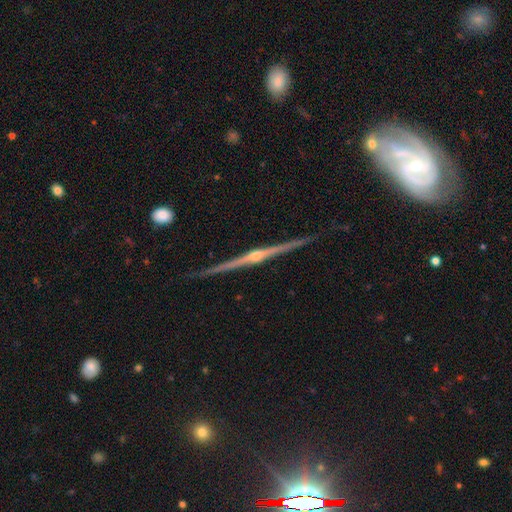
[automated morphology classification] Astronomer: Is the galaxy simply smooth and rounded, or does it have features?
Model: featured or disk — 88%.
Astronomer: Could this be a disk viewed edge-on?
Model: yes — 97%.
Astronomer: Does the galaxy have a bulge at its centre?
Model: rounded — 87%.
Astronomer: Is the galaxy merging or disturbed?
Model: none — 88%.